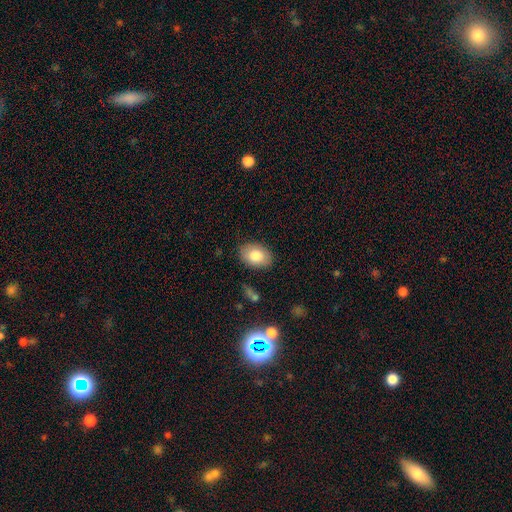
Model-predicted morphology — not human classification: A smooth galaxy with no disk features (79%) that is in between round and cigar-shaped (81%). Merging: none (85%).